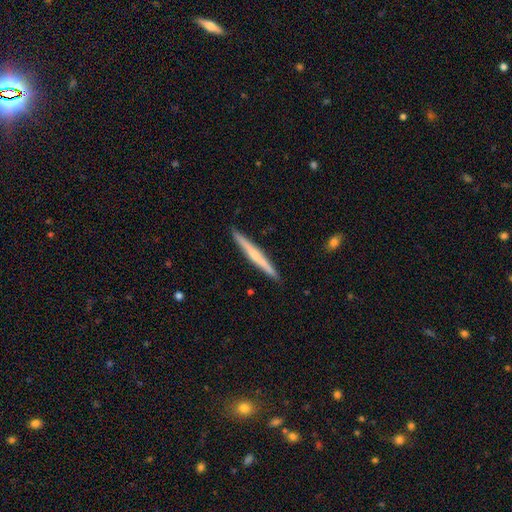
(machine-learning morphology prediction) Q: Smooth or featured?
A: featured or disk (55%); runner-up: smooth (39%)
Q: Edge-on disk?
A: yes (98%); runner-up: no (2%)
Q: Edge-on bulge?
A: none (47%); runner-up: rounded (46%)
Q: Merging?
A: none (92%); runner-up: minor disturbance (5%)